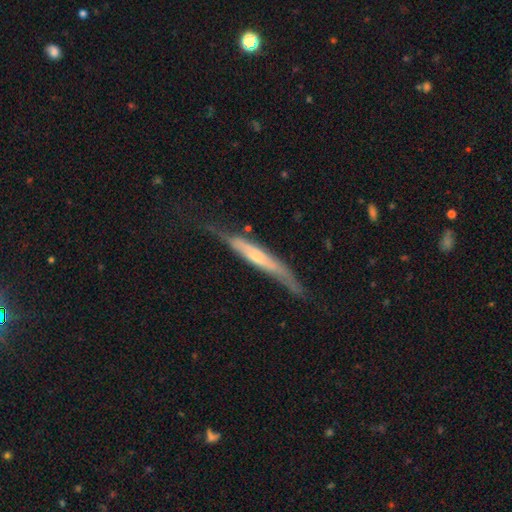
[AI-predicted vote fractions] Smooth or featured? Predicted: featured or disk (p=0.59). Edge-on disk? Predicted: yes (p=0.80). Merging? Predicted: none (p=0.55).